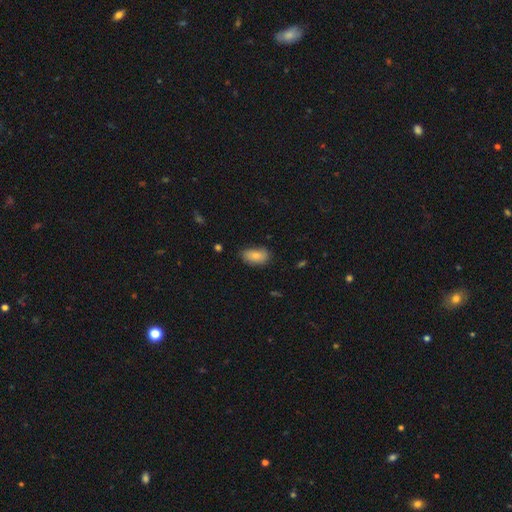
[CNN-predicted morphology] Smooth or featured? Predicted: smooth (p=0.80). How rounded? Predicted: in between (p=0.92). Merging? Predicted: none (p=0.71).